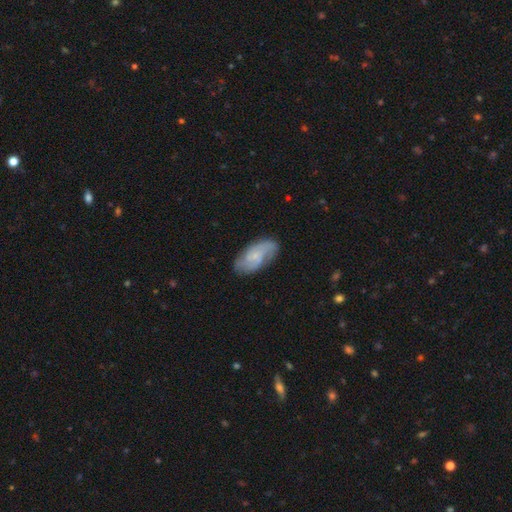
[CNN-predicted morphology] Smooth or featured? Predicted: featured or disk (p=0.66). Edge-on disk? Predicted: no (p=0.95). Bar? Predicted: no (p=0.64). Spiral arms? Predicted: yes (p=0.91). Spiral winding? Predicted: medium (p=0.44). Spiral arm count? Predicted: 2 (p=0.47). Bulge size? Predicted: small (p=0.70). Merging? Predicted: none (p=0.73).